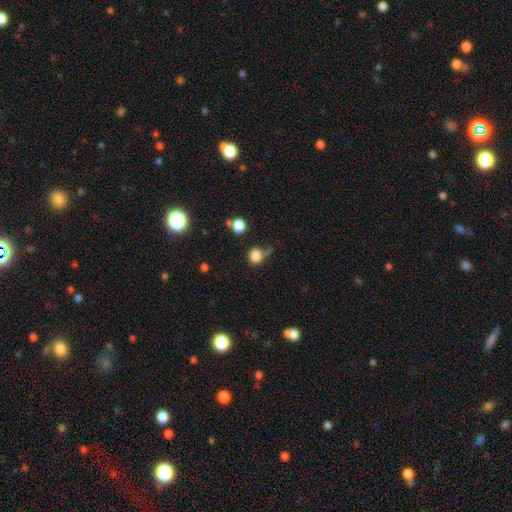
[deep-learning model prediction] Morphology: type=smooth (82%); roundness=round (84%); merging=none (56%).